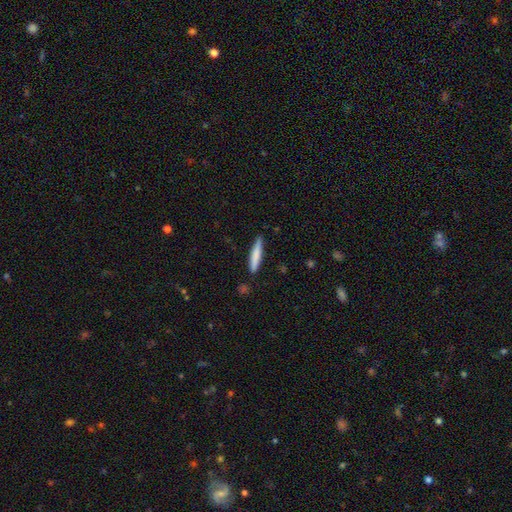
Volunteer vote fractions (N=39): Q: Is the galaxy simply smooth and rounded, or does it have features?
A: smooth — 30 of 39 (77%).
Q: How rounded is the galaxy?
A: cigar-shaped — 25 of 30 (83%).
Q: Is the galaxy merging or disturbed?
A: none — 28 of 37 (76%).